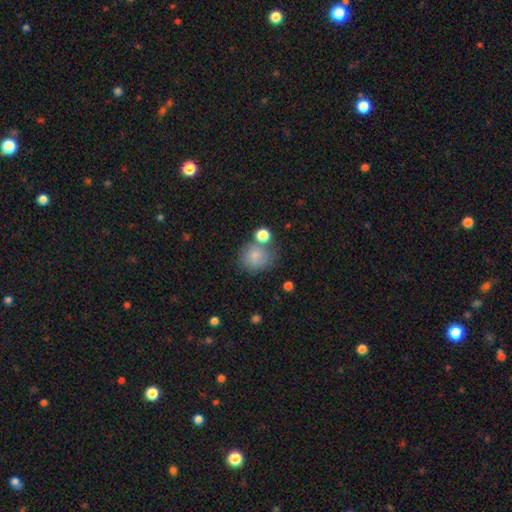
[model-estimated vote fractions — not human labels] The model was most divided on "merging": none: 60%, merger: 17%, minor disturbance: 16%, major disturbance: 7%. More confident: how rounded — round (82%); smooth or featured — smooth (82%).